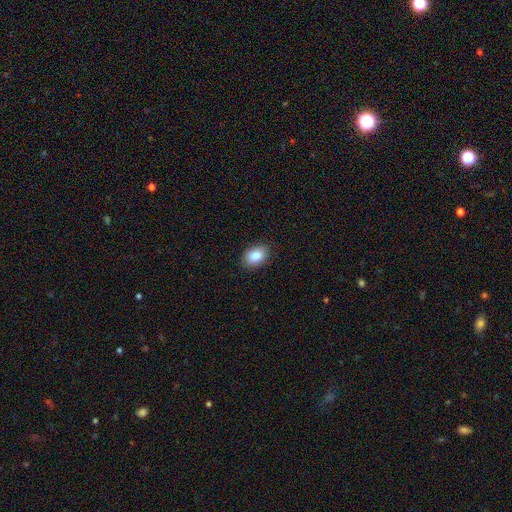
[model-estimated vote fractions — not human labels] Smooth or featured?
  - smooth: 85% *
  - star or artifact: 8%
  - featured or disk: 7%
How rounded?
  - in between: 84% *
  - round: 15%
  - cigar-shaped: 1%
Merging?
  - none: 88% *
  - minor disturbance: 9%
  - major disturbance: 2%
  - merger: 1%